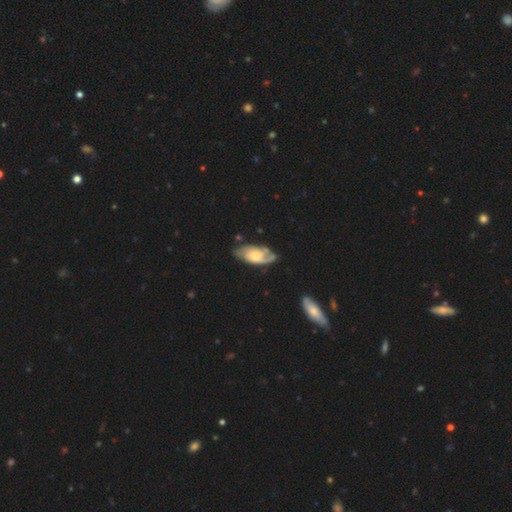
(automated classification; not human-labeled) Smooth or featured: featured or disk — 68% (smooth — 26%)
Edge-on disk: no — 92% (yes — 8%)
Bar: no — 69% (weak — 27%)
Spiral arms: yes — 90% (no — 10%)
Spiral winding: medium — 41% (tight — 40%)
Spiral arm count: 2 — 55% (can't tell — 20%)
Bulge size: moderate — 37% (small — 35%)
Merging: none — 64% (minor disturbance — 23%)